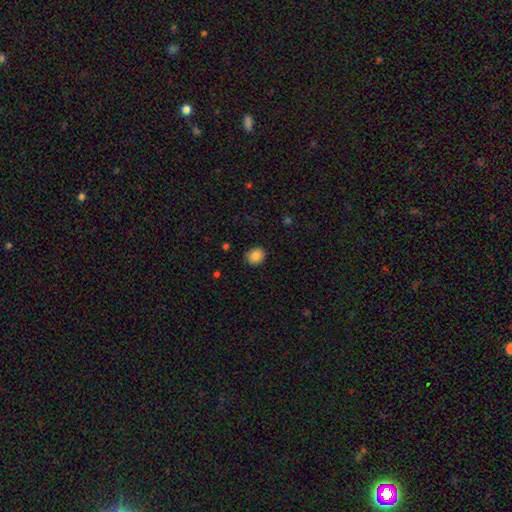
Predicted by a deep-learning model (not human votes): A smooth galaxy with no disk features (85%) that is round (75%). Merging: none (89%).